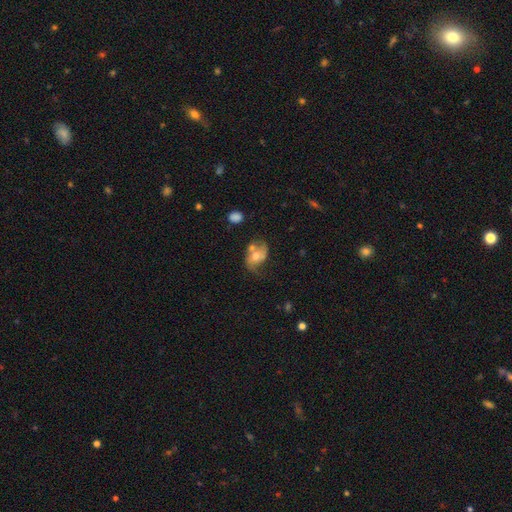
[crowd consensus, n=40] Smooth or featured?
  - featured or disk: 60% *
  - smooth: 38%
  - star or artifact: 2%
Edge-on disk?
  - no: 96% *
  - yes: 4%
Bar?
  - no: 61% *
  - weak: 30%
  - strong: 9%
Spiral arms?
  - yes: 83% *
  - no: 17%
Spiral winding?
  - loose: 58% *
  - medium: 32%
  - tight: 11%
Spiral arm count?
  - 2: 84% *
  - 1: 16%
  - 3: 0%
  - 4: 0%
  - more than 4: 0%
  - can't tell: 0%
Bulge size?
  - moderate: 52% *
  - small: 39%
  - large: 4%
  - none: 4%
  - dominant: 0%
Merging?
  - merger: 36% *
  - none: 31%
  - minor disturbance: 28%
  - major disturbance: 5%